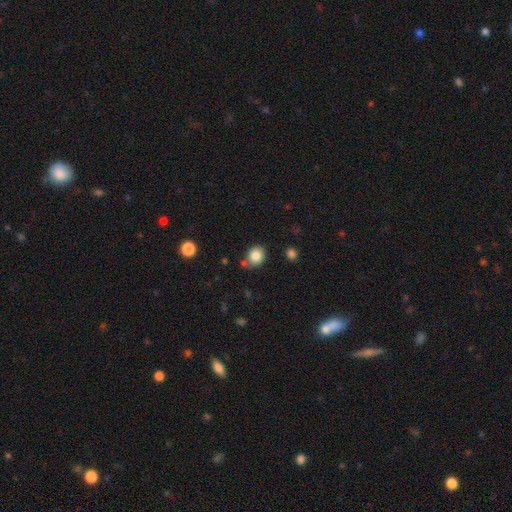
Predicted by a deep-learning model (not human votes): smooth_or_featured: smooth (p=0.84) [alt: star or artifact p=0.10]
how_rounded: round (p=0.74) [alt: in between p=0.25]
merging: none (p=0.74) [alt: minor disturbance p=0.13]